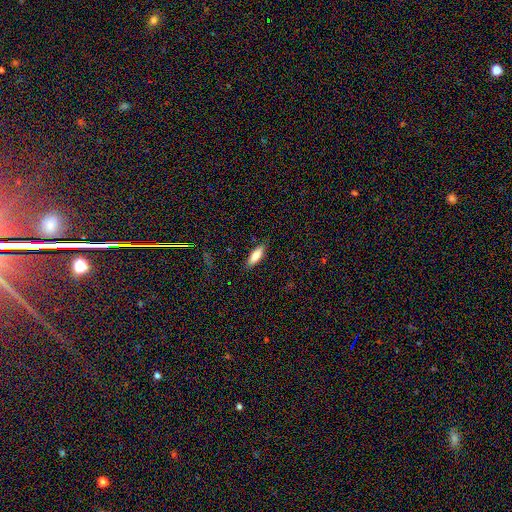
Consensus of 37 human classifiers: smooth_or_featured: smooth (p=0.86) [alt: featured or disk p=0.11]
how_rounded: cigar-shaped (p=0.66) [alt: in between p=0.34]
merging: none (p=0.86) [alt: minor disturbance p=0.11]